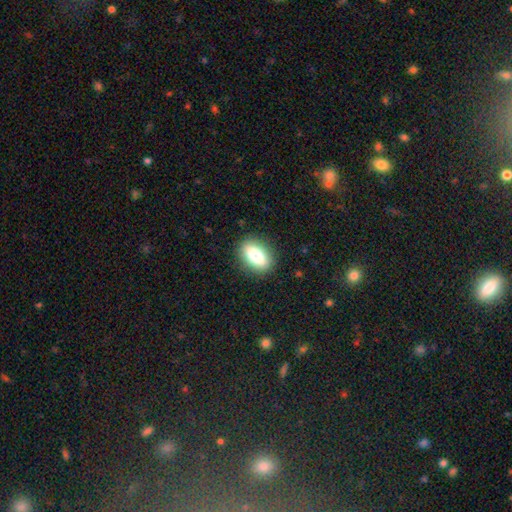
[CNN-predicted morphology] Smooth or featured?
  - smooth: 74% *
  - featured or disk: 18%
  - star or artifact: 8%
How rounded?
  - in between: 81% *
  - round: 11%
  - cigar-shaped: 8%
Merging?
  - none: 88% *
  - minor disturbance: 9%
  - major disturbance: 3%
  - merger: 1%